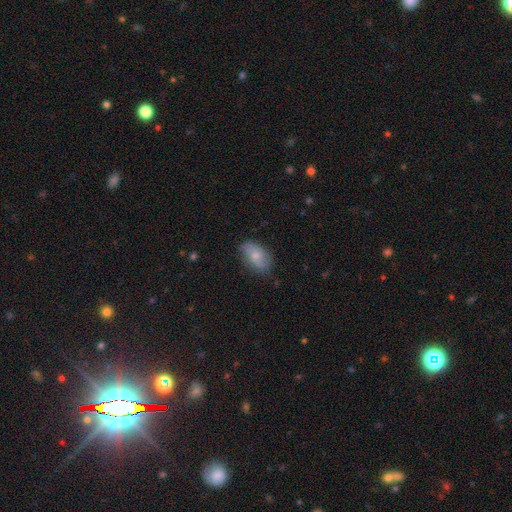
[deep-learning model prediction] smooth 56%, featured or disk 37%, star or artifact 7%. Down the decision tree: how rounded — in between (89%); merging — none (72%).